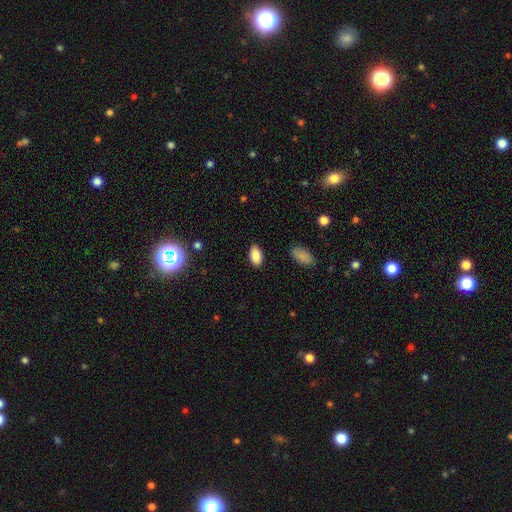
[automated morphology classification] Smooth or featured? Predicted: smooth (p=0.87). How rounded? Predicted: in between (p=0.93). Merging? Predicted: none (p=0.88).